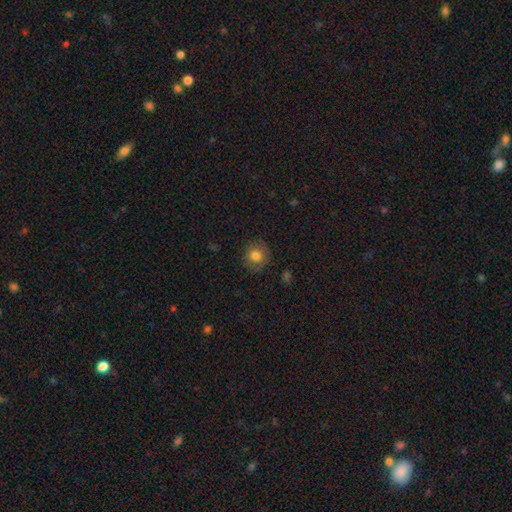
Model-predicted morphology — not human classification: smooth-or-featured: smooth: 79% | star or artifact: 11% | featured or disk: 10%
  how-rounded: round: 89% | in between: 10% | cigar-shaped: 1%
  merging: none: 84% | minor disturbance: 12% | major disturbance: 3% | merger: 1%